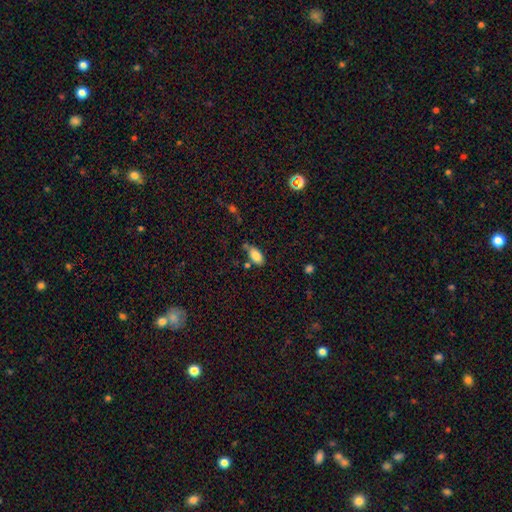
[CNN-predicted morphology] This appears to be a smooth galaxy with no disk features (85%) that is in between round and cigar-shaped (92%). Merging: none (55%).